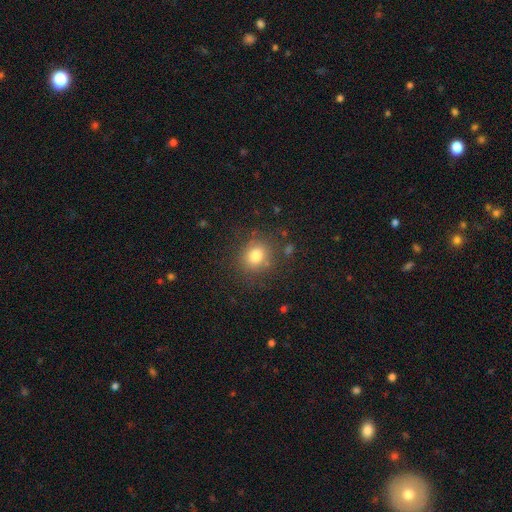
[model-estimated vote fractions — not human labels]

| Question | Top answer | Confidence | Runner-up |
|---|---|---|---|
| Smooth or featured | smooth | 79% | star or artifact (13%) |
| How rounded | round | 79% | in between (20%) |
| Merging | none | 82% | minor disturbance (11%) |